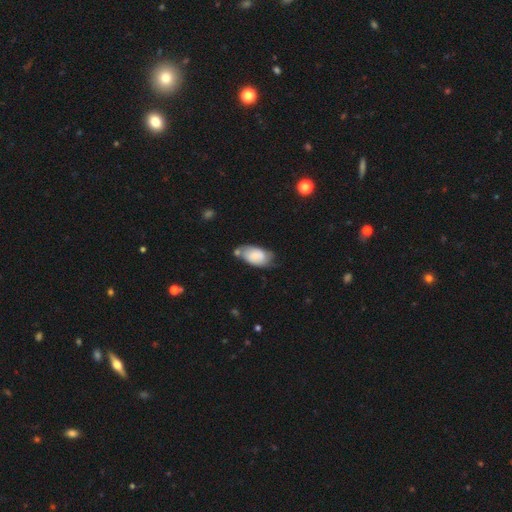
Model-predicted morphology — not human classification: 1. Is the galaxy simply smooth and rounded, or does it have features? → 67% smooth, 26% featured or disk, 7% star or artifact.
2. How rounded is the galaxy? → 93% in between, 4% round, 3% cigar-shaped.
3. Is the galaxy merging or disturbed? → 47% none, 29% minor disturbance, 15% merger, 9% major disturbance.